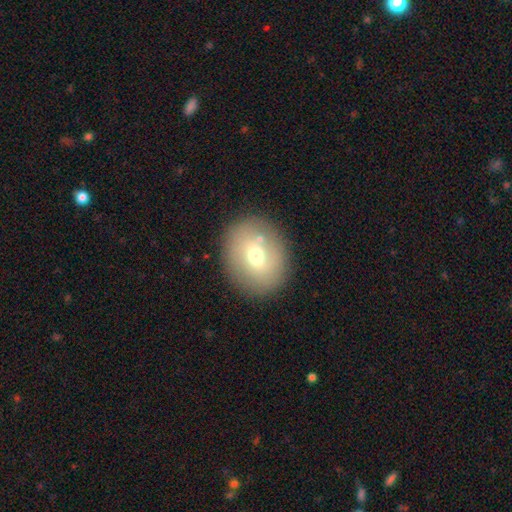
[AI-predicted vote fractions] Smooth or featured? Predicted: smooth (p=0.61). How rounded? Predicted: round (p=0.58). Merging? Predicted: none (p=0.83).